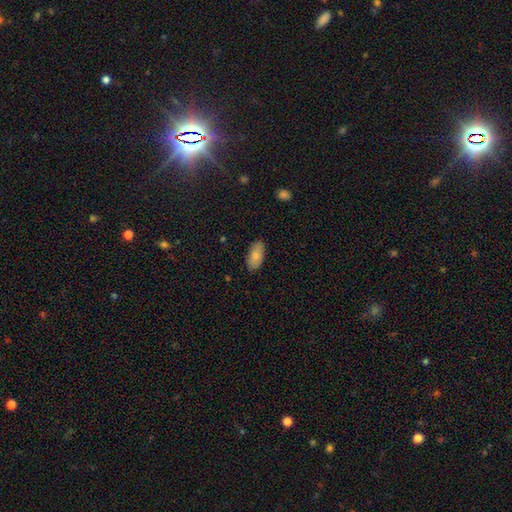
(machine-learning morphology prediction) A smooth galaxy with no disk features (84%) that is in between round and cigar-shaped (92%).

Vote fractions:
- Smooth or featured? smooth: 84% / featured or disk: 9% / star or artifact: 7%
- How rounded? in between: 92% / cigar-shaped: 5% / round: 2%
- Merging? none: 84% / minor disturbance: 12% / major disturbance: 2% / merger: 1%